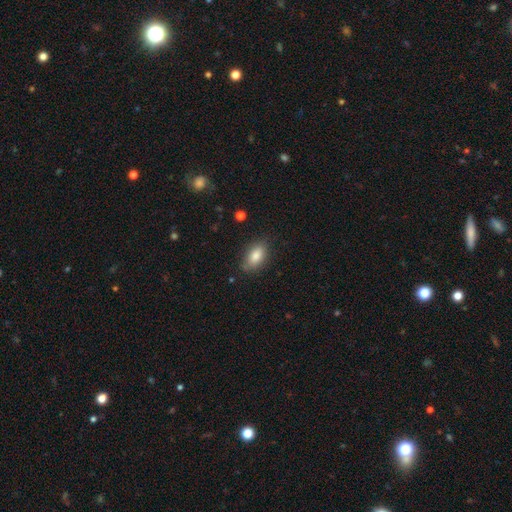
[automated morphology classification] Smooth or featured? Predicted: smooth (p=0.84). How rounded? Predicted: in between (p=0.89). Merging? Predicted: none (p=0.81).